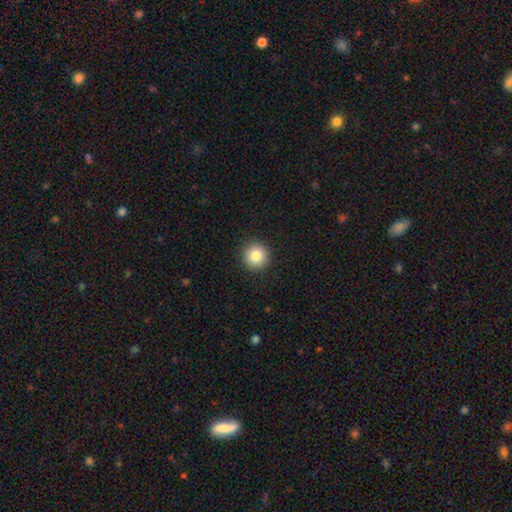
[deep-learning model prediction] smooth-or-featured: smooth: 84% | star or artifact: 10% | featured or disk: 7%
  how-rounded: round: 95% | in between: 4% | cigar-shaped: 1%
  merging: none: 92% | minor disturbance: 5% | major disturbance: 2% | merger: 1%